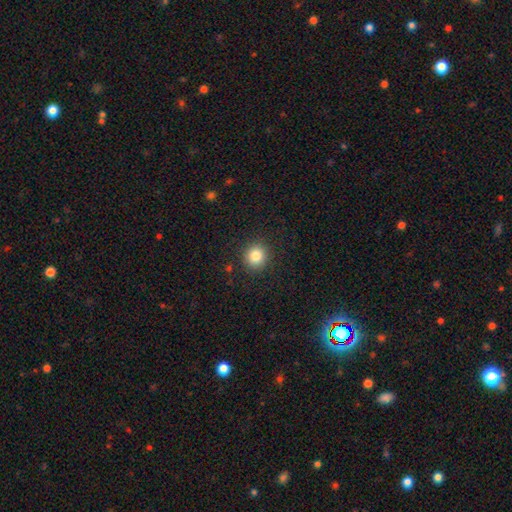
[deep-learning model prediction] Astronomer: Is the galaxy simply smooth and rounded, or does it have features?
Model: smooth — 84%.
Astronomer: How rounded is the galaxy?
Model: round — 89%.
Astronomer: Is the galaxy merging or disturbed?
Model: none — 90%.